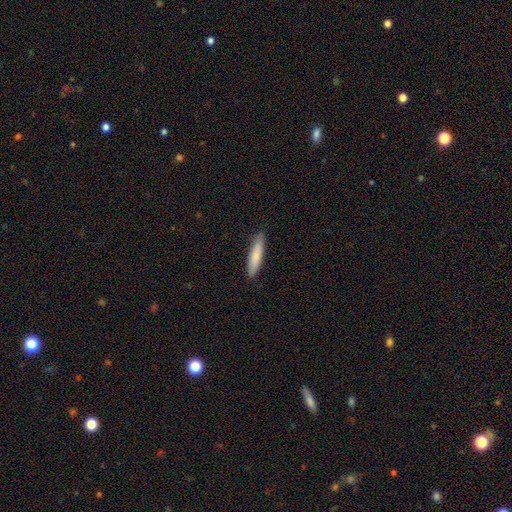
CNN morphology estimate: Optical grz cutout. It shows a smooth galaxy with no disk features (81%) that is cigar-shaped (81%). Merging: none (88%).